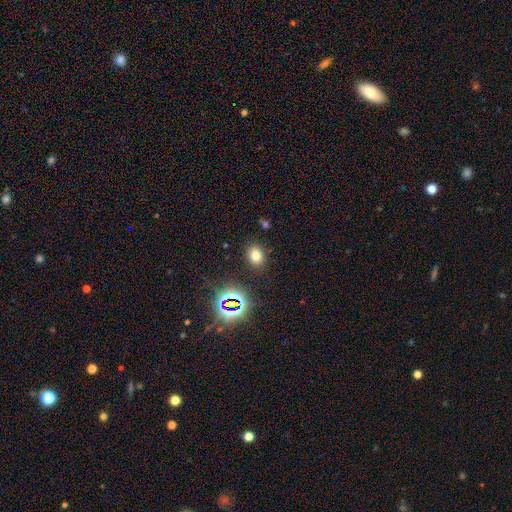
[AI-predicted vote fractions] A smooth galaxy with no disk features (71%) that is in between round and cigar-shaped (62%). Merging: none (84%).